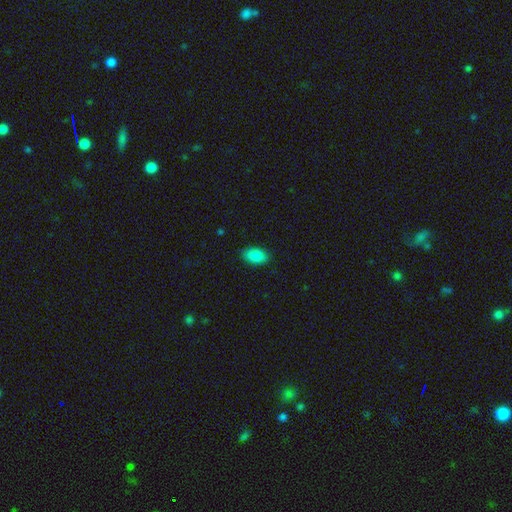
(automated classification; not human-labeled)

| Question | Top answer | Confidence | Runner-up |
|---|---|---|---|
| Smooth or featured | smooth | 87% | star or artifact (8%) |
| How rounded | in between | 92% | round (6%) |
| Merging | none | 88% | minor disturbance (9%) |